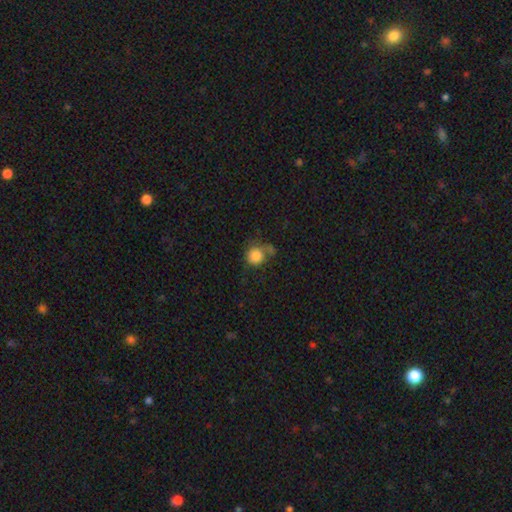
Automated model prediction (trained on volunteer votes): This is clearly a smooth galaxy (83%). How rounded: clearly round (87%). Merging: possibly none (48%).